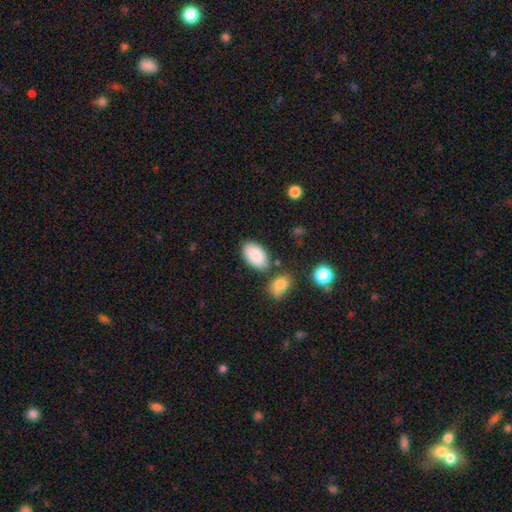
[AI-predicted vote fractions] A smooth galaxy with no disk features (86%) that is in between round and cigar-shaped (94%). Merging: none (77%).